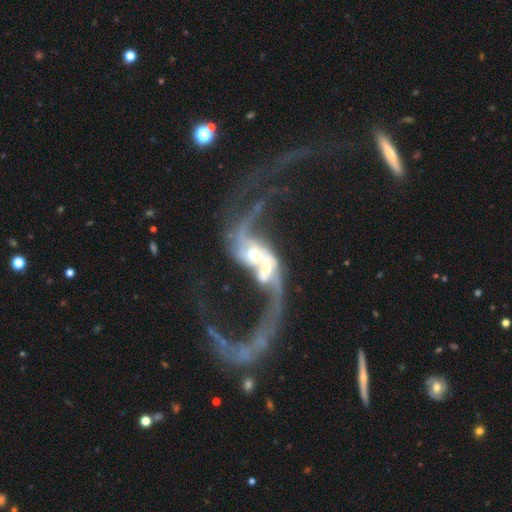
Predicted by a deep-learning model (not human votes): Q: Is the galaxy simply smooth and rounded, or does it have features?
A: featured or disk — 86%.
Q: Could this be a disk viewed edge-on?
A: no — 96%.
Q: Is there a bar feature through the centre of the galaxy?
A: no — 47%.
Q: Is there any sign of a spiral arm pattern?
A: yes — 88%.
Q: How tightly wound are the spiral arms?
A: loose — 89%.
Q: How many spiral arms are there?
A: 2 — 80%.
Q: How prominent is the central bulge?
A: moderate — 49%.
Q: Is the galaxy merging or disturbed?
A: merger — 65%.